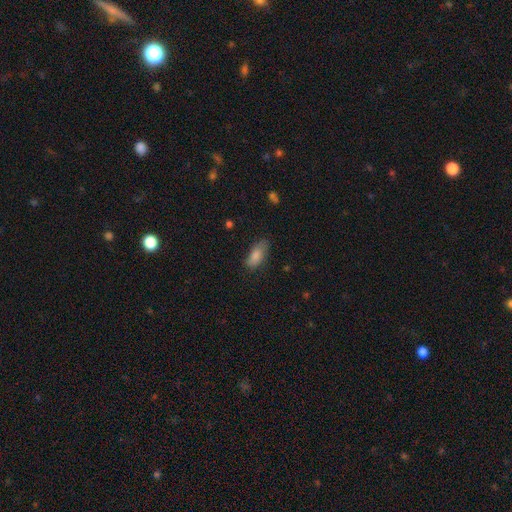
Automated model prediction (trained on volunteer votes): Smooth or featured: smooth — 81% (featured or disk — 11%)
How rounded: in between — 81% (cigar-shaped — 16%)
Merging: none — 72% (minor disturbance — 22%)